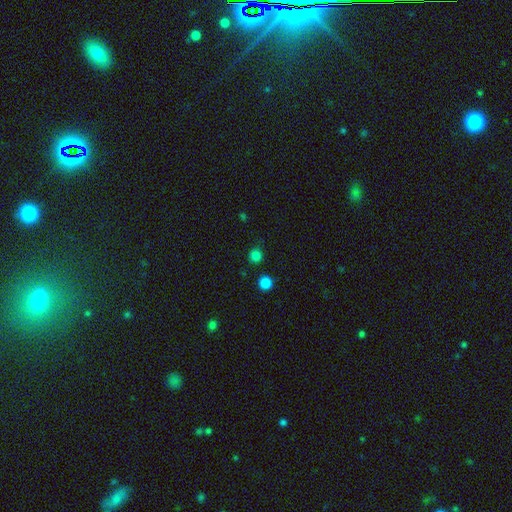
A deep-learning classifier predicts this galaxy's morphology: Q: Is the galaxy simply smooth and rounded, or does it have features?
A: smooth — 81%.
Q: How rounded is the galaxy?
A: round — 93%.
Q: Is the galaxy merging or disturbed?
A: none — 86%.